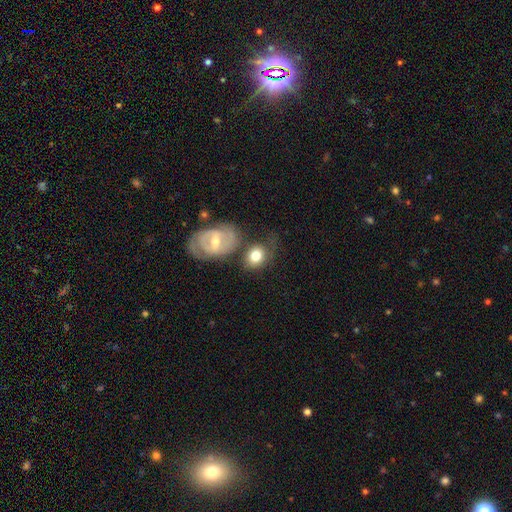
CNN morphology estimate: smooth-or-featured: smooth: 65% | featured or disk: 28% | star or artifact: 7%
  how-rounded: in between: 54% | round: 45% | cigar-shaped: 1%
  merging: none: 49% | merger: 23% | minor disturbance: 18% | major disturbance: 10%